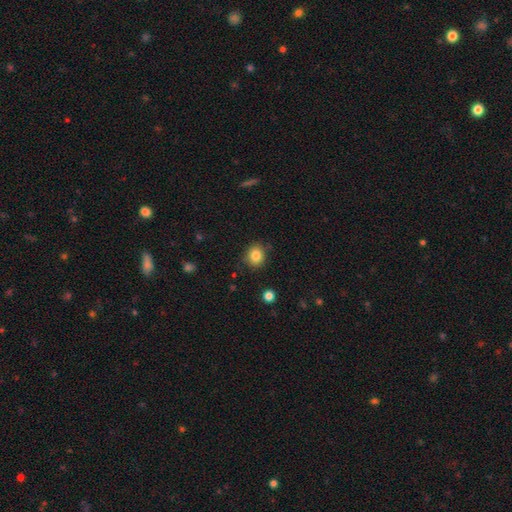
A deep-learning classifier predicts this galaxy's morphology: Smooth or featured? smooth (83%)
How rounded? round (74%)
Merging? none (84%)